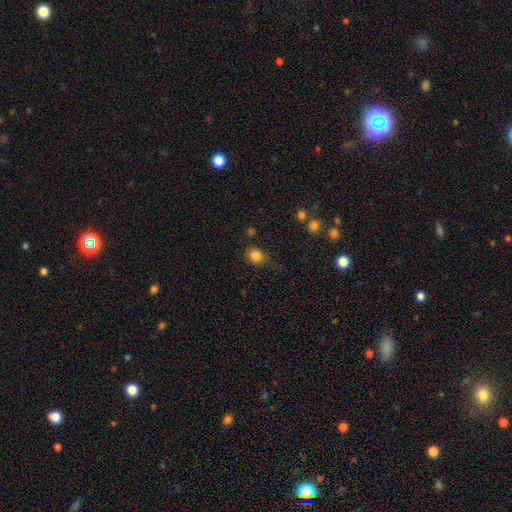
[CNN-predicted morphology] smooth 83%, star or artifact 11%, featured or disk 6%. Down the decision tree: how rounded — round (57%); merging — none (60%).